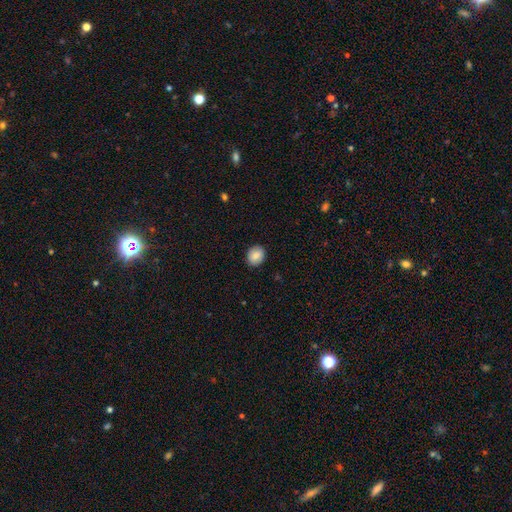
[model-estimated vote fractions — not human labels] Overall: smooth (81%). How rounded: round (57%; in between 42%). Merging: none (88%).